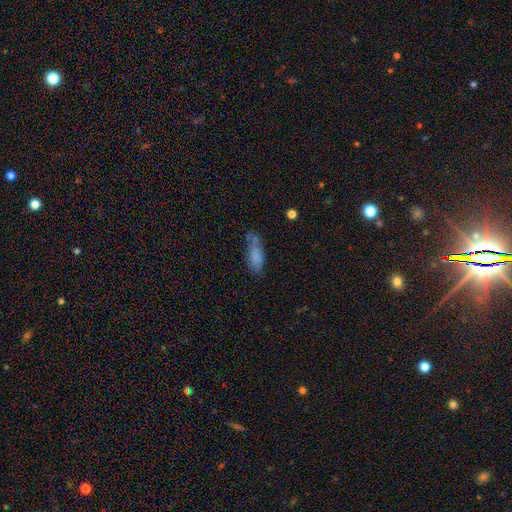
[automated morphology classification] smooth_or_featured: smooth (p=0.73) [alt: featured or disk p=0.17]
how_rounded: in between (p=0.62) [alt: cigar-shaped p=0.36]
merging: none (p=0.49) [alt: minor disturbance p=0.31]